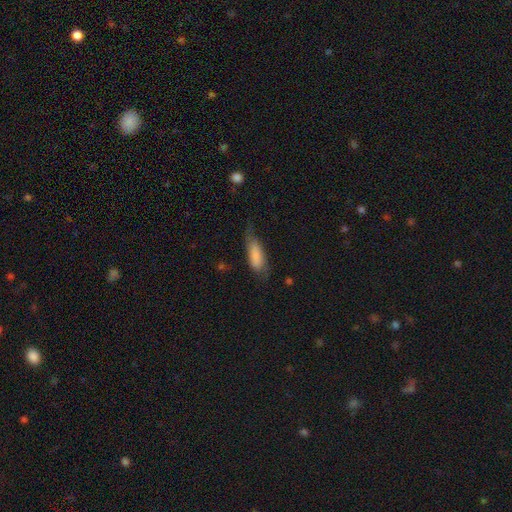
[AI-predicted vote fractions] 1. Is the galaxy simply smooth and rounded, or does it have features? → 74% smooth, 19% featured or disk, 6% star or artifact.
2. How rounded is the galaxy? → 63% in between, 35% cigar-shaped, 2% round.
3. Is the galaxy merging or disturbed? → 51% none, 32% minor disturbance, 15% major disturbance, 2% merger.